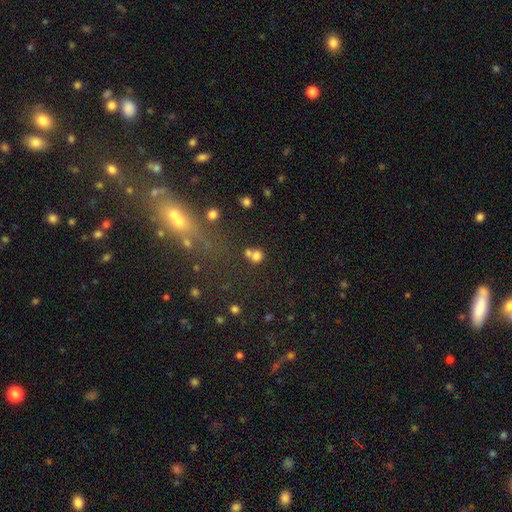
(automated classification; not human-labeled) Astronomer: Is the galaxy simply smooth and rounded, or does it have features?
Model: smooth — 73%.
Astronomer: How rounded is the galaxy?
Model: round — 77%.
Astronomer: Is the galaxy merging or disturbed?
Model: none — 48% (runner-up: merger, 38%).